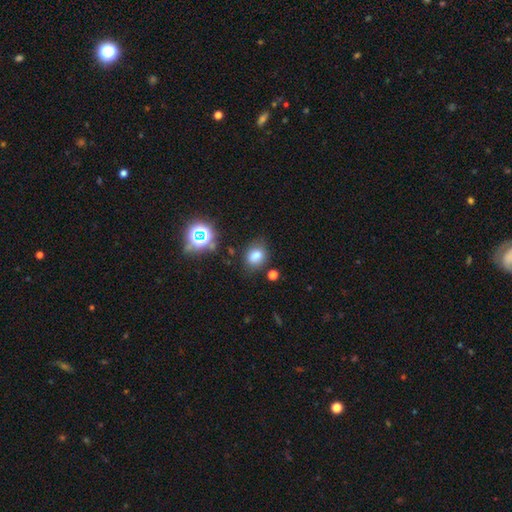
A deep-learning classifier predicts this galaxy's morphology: smooth_or_featured: smooth (p=0.76) [alt: star or artifact p=0.16]
how_rounded: in between (p=0.55) [alt: round p=0.44]
merging: none (p=0.74) [alt: minor disturbance p=0.17]